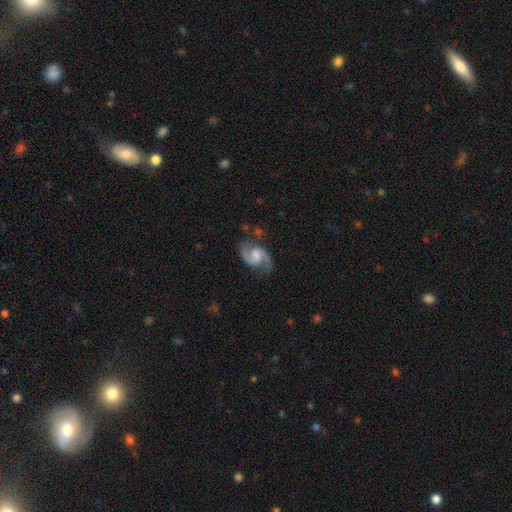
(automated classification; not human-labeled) A featured or disk galaxy (89%) with a weak bar (48%), 2 (94%) medium (55%) spiral arms (97%) and a moderate central bulge (38%).

Vote fractions:
- Smooth or featured? featured or disk: 89% / smooth: 7% / star or artifact: 5%
- Edge-on disk? no: 98% / yes: 2%
- Bar? weak: 48% / no: 42% / strong: 10%
- Spiral arms? yes: 97% / no: 3%
- Spiral winding? medium: 55% / loose: 34% / tight: 12%
- Spiral arm count? 2: 94% / can't tell: 2% / 1: 1% / 3: 1% / 4: 1% / more than 4: 1%
- Bulge size? moderate: 38% / small: 26% / none: 23% / large: 11% / dominant: 2%
- Merging? none: 77% / minor disturbance: 15% / major disturbance: 5% / merger: 2%